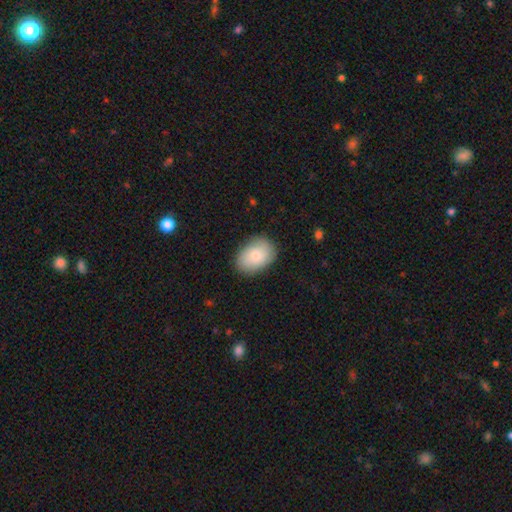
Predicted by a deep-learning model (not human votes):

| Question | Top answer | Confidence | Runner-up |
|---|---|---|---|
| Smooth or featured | smooth | 81% | featured or disk (13%) |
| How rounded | in between | 82% | round (17%) |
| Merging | none | 83% | minor disturbance (13%) |